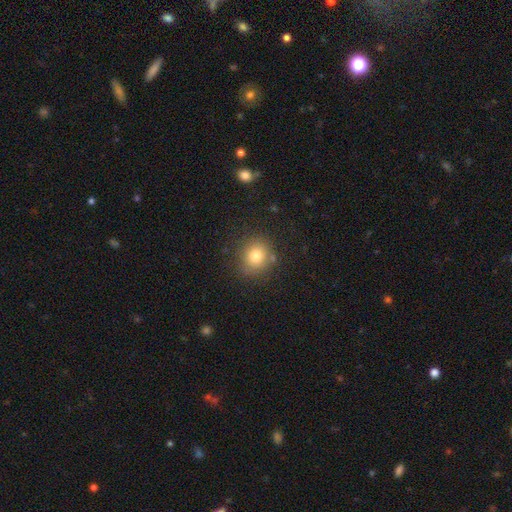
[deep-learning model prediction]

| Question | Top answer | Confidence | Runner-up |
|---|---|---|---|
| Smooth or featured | smooth | 78% | star or artifact (13%) |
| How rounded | round | 83% | in between (16%) |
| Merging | none | 81% | minor disturbance (11%) |